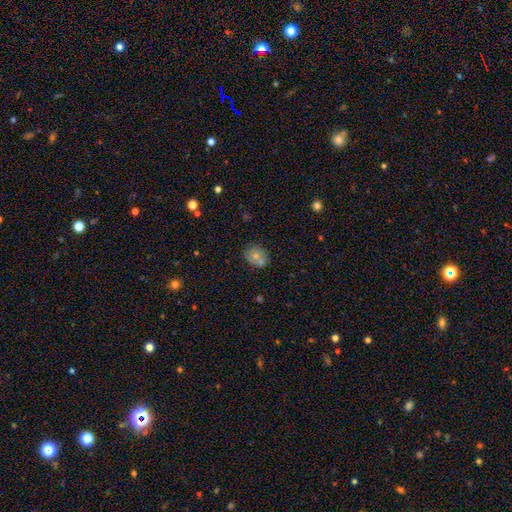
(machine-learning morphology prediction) A smooth galaxy with no disk features (59%) that is round (67%). Merging: none (69%).